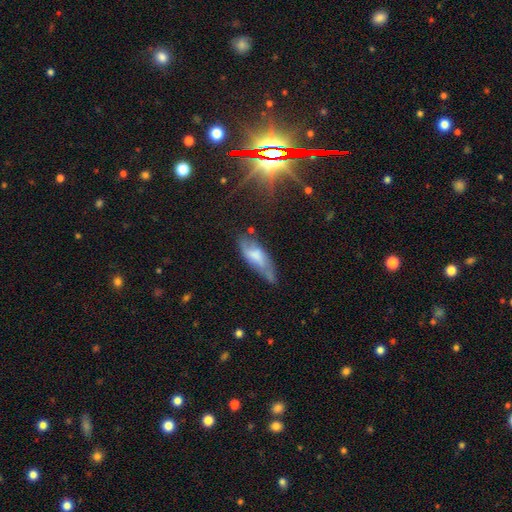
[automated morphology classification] A smooth galaxy with no disk features (55%) that is in between round and cigar-shaped (66%).

Vote fractions:
- Smooth or featured? smooth: 55% / featured or disk: 38% / star or artifact: 8%
- How rounded? in between: 66% / cigar-shaped: 32% / round: 2%
- Merging? none: 49% / minor disturbance: 35% / major disturbance: 12% / merger: 5%